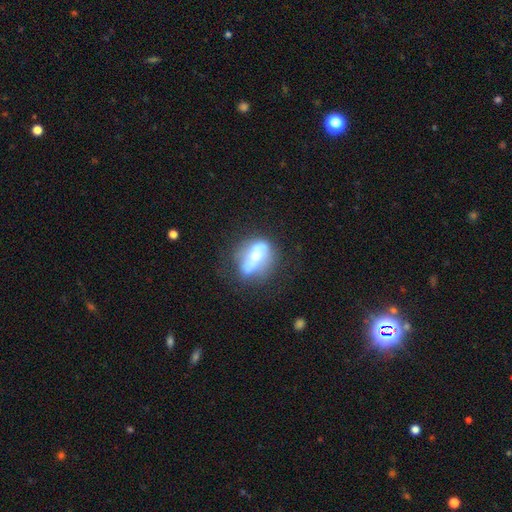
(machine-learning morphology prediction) Smooth or featured?
  - featured or disk: 66% *
  - smooth: 27%
  - star or artifact: 7%
Edge-on disk?
  - no: 80% *
  - yes: 20%
Bar?
  - strong: 47% *
  - no: 32%
  - weak: 21%
Spiral arms?
  - yes: 57% *
  - no: 43%
Bulge size?
  - moderate: 57% *
  - small: 32%
  - large: 7%
  - none: 2%
  - dominant: 2%
Merging?
  - none: 62% *
  - minor disturbance: 22%
  - major disturbance: 12%
  - merger: 4%